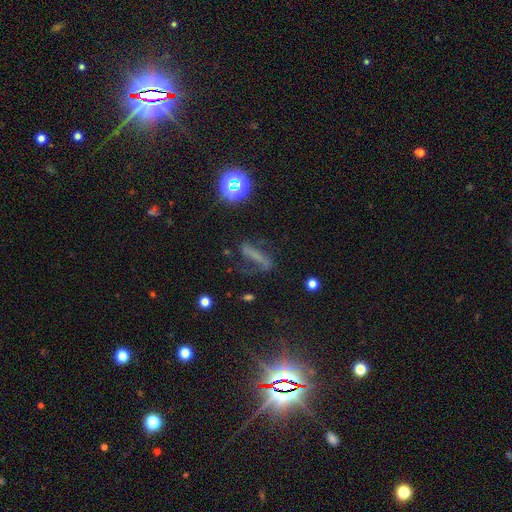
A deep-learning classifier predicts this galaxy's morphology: Smooth or featured? featured or disk (42%)
Merging? none (52%)